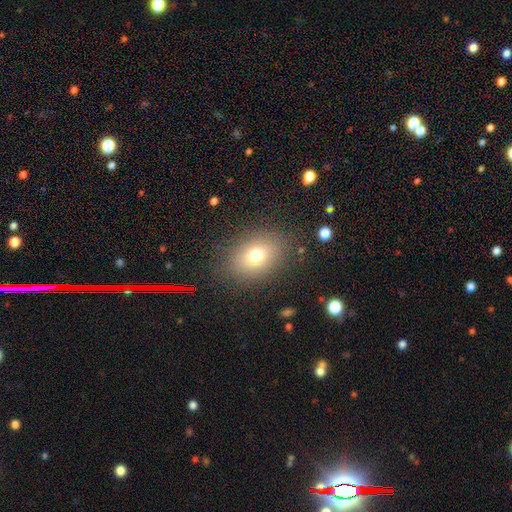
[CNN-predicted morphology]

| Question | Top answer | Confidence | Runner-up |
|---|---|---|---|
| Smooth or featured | smooth | 72% | star or artifact (15%) |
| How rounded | in between | 63% | round (36%) |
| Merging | none | 83% | minor disturbance (10%) |